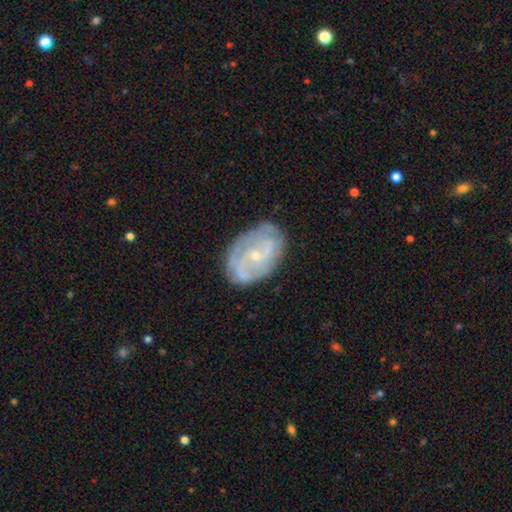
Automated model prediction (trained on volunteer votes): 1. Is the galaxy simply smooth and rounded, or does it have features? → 74% featured or disk, 19% smooth, 7% star or artifact.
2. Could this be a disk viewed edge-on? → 96% no, 4% yes.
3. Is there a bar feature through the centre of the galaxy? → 60% no, 32% weak, 8% strong.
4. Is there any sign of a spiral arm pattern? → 80% yes, 20% no.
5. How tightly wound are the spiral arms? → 48% tight, 36% medium, 16% loose.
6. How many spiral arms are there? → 40% 2, 38% can't tell, 10% 3, 5% 4, 4% 1, 3% more than 4.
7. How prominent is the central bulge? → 73% small, 23% moderate, 2% none, 1% large, 1% dominant.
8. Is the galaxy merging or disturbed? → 72% none, 20% minor disturbance, 6% major disturbance, 2% merger.